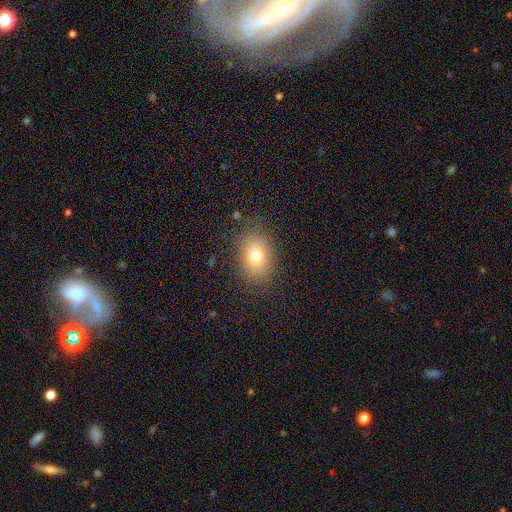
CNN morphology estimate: Smooth or featured: smooth — 77% (featured or disk — 13%)
How rounded: in between — 75% (round — 24%)
Merging: none — 85% (minor disturbance — 10%)